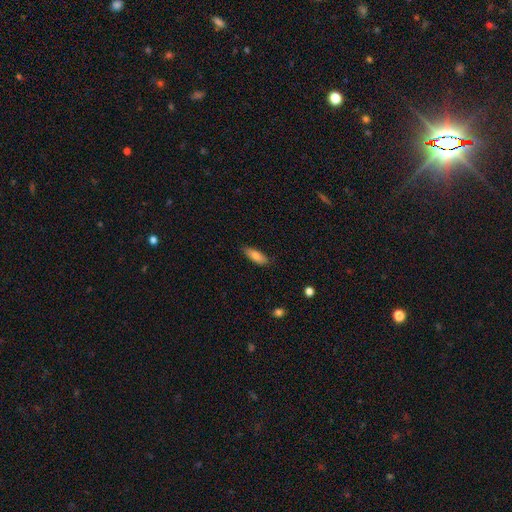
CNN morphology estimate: A smooth galaxy with no disk features (79%) that is in between round and cigar-shaped (66%). Merging: none (84%).